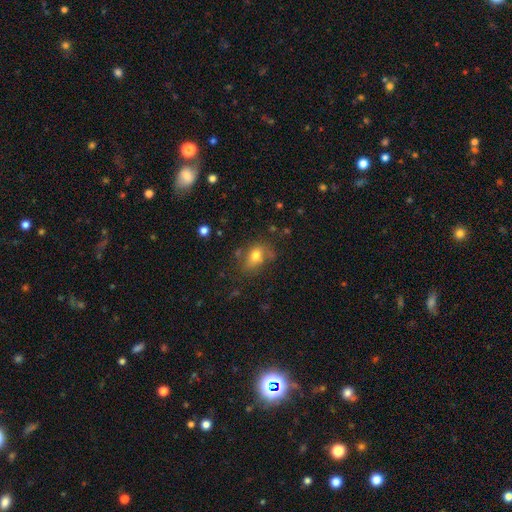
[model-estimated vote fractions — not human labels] Smooth or featured: smooth — 72% (featured or disk — 16%)
How rounded: in between — 65% (round — 34%)
Merging: none — 62% (minor disturbance — 23%)